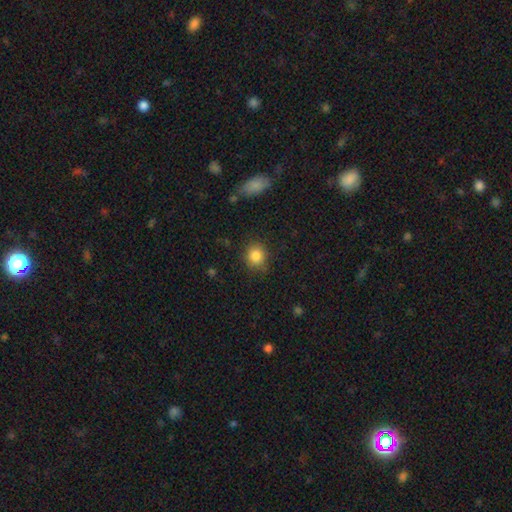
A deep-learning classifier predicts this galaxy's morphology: smooth-or-featured: smooth: 85% | star or artifact: 10% | featured or disk: 5%
  how-rounded: round: 80% | in between: 19% | cigar-shaped: 1%
  merging: none: 81% | minor disturbance: 14% | major disturbance: 4% | merger: 2%